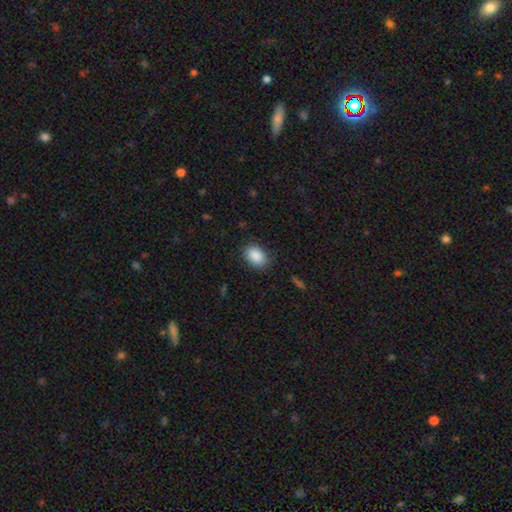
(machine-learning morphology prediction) A smooth galaxy with no disk features (89%) that is in between round and cigar-shaped (81%).

Vote fractions:
- Smooth or featured? smooth: 89% / star or artifact: 7% / featured or disk: 4%
- How rounded? in between: 81% / round: 17% / cigar-shaped: 1%
- Merging? none: 85% / minor disturbance: 11% / major disturbance: 3% / merger: 1%